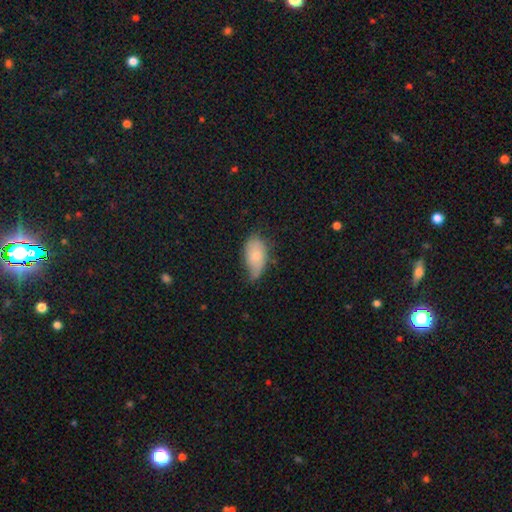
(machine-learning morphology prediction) type=smooth (70%); roundness=in between (92%); merging=none (46%).